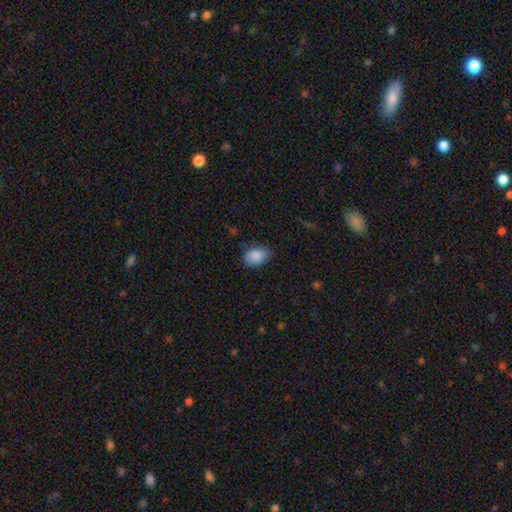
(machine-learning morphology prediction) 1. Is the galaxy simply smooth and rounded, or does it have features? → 89% smooth, 7% star or artifact, 4% featured or disk.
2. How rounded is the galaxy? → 84% in between, 15% round, 1% cigar-shaped.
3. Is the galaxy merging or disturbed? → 81% none, 15% minor disturbance, 3% major disturbance, 1% merger.